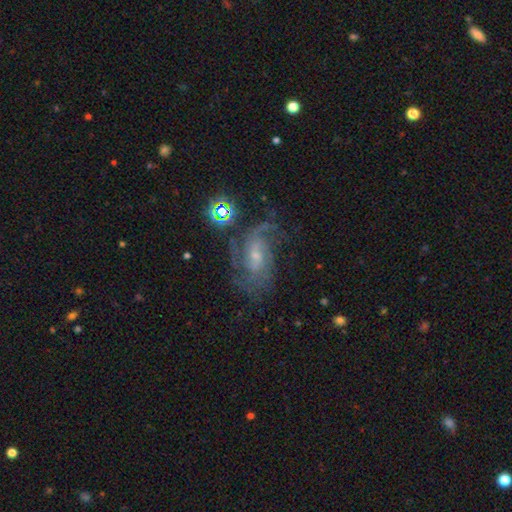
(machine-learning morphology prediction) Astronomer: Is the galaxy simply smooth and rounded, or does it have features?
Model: featured or disk — 80%.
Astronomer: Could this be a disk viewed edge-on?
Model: no — 96%.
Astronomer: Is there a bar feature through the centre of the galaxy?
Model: no — 49% (runner-up: weak, 42%).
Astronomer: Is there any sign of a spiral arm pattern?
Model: yes — 93%.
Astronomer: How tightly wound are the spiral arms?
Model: medium — 48% (runner-up: tight, 31%).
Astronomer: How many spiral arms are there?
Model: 2 — 38% (runner-up: can't tell, 25%).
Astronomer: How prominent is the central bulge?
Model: small — 64%.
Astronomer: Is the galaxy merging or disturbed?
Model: none — 60%.